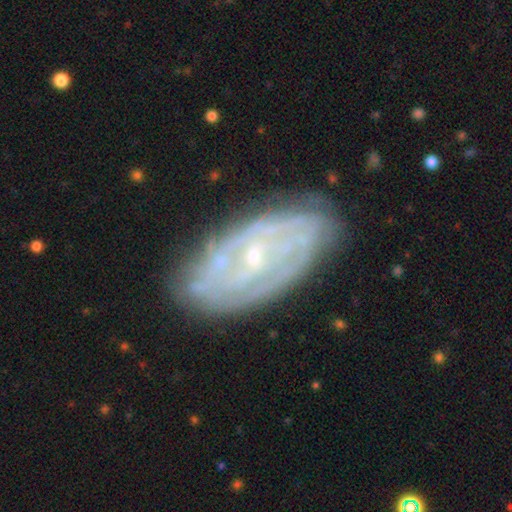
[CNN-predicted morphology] featured or disk 79%, smooth 14%, star or artifact 7%. Down the decision tree: edge-on disk — no (93%); bar — no (54%); spiral arms — yes (83%); spiral arm count — can't tell (52%); spiral winding — tight (71%); bulge size — small (76%); merging — none (77%).